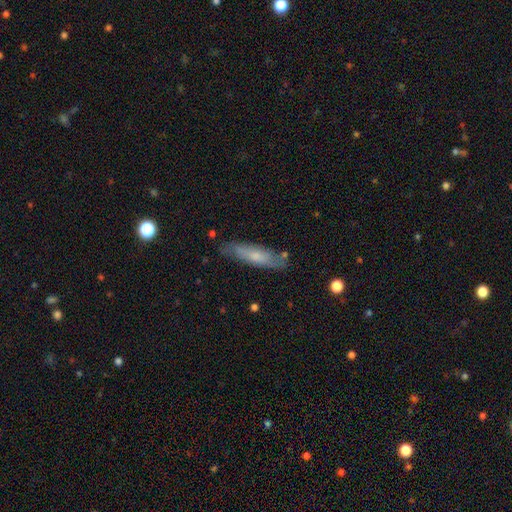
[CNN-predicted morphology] Smooth or featured: smooth — 57% (featured or disk — 37%)
How rounded: cigar-shaped — 71% (in between — 27%)
Merging: none — 78% (minor disturbance — 16%)